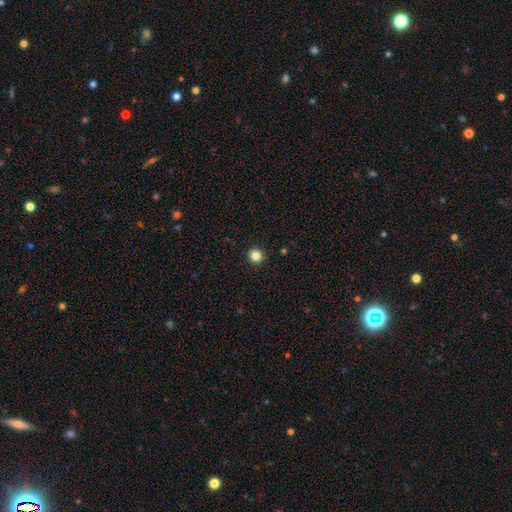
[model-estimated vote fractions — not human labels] This is clearly a smooth galaxy (85%). How rounded: clearly round (95%). Merging: clearly none (93%).